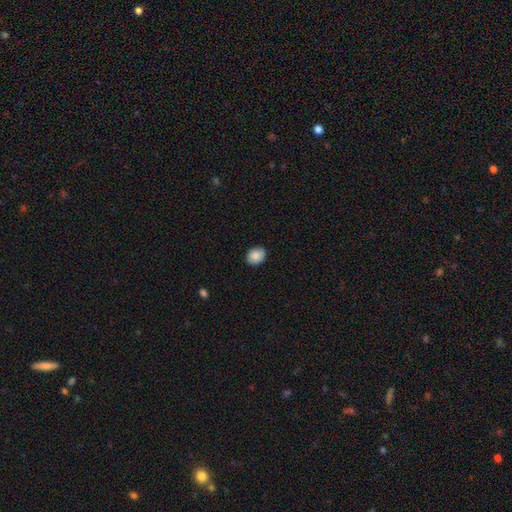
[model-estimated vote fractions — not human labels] Morphology: type=smooth (85%); roundness=round (53%); merging=none (86%).